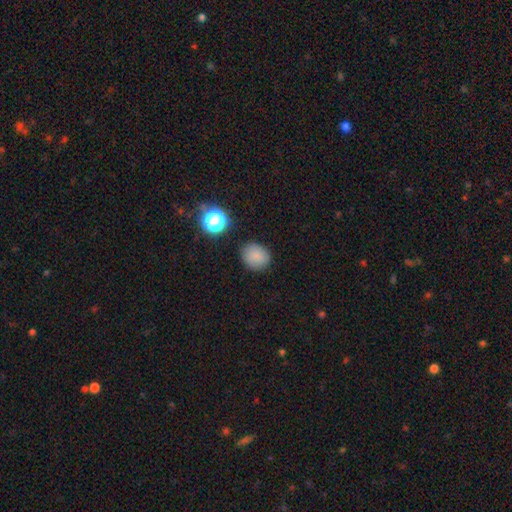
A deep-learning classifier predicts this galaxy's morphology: Smooth or featured? smooth (83%)
How rounded? round (65%)
Merging? none (84%)